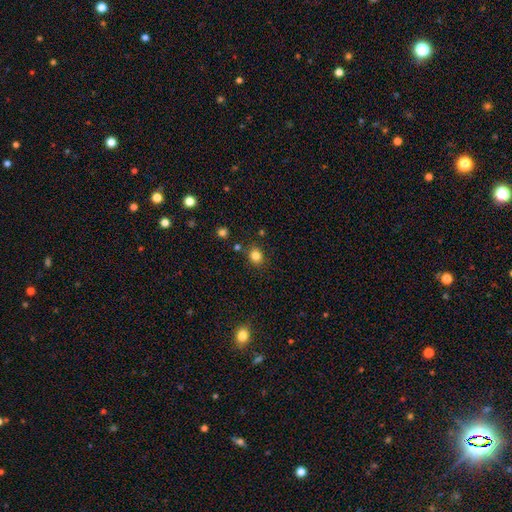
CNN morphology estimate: Smooth or featured? Predicted: smooth (p=0.82). How rounded? Predicted: round (p=0.69). Merging? Predicted: none (p=0.83).